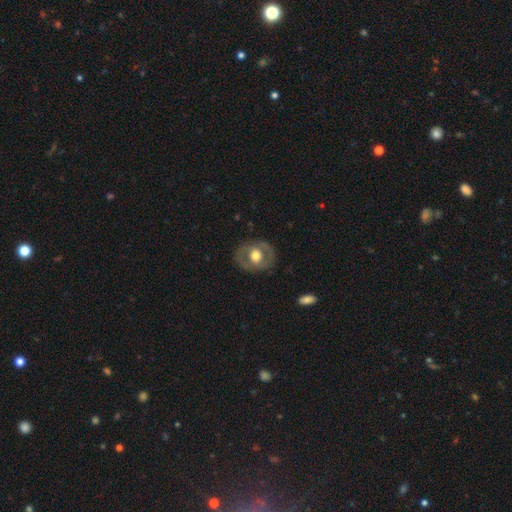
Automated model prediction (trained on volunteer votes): Q: Smooth or featured?
A: featured or disk (54%); runner-up: smooth (40%)
Q: Edge-on disk?
A: no (94%); runner-up: yes (6%)
Q: Bar?
A: no (73%); runner-up: weak (20%)
Q: Spiral arms?
A: no (79%); runner-up: yes (21%)
Q: Bulge size?
A: moderate (60%); runner-up: large (32%)
Q: Merging?
A: none (80%); runner-up: minor disturbance (13%)